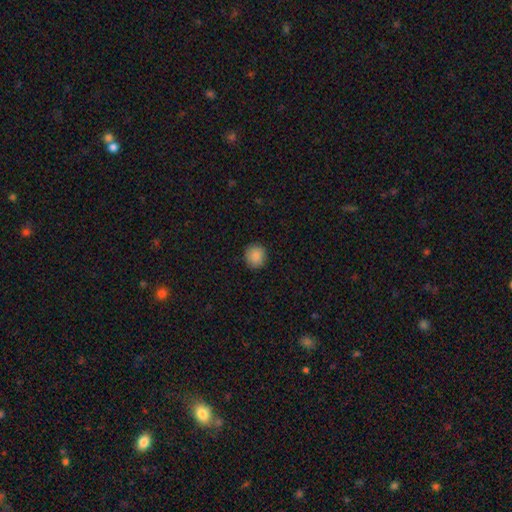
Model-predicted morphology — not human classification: A smooth galaxy with no disk features (88%) that is round (90%). Merging: none (90%).